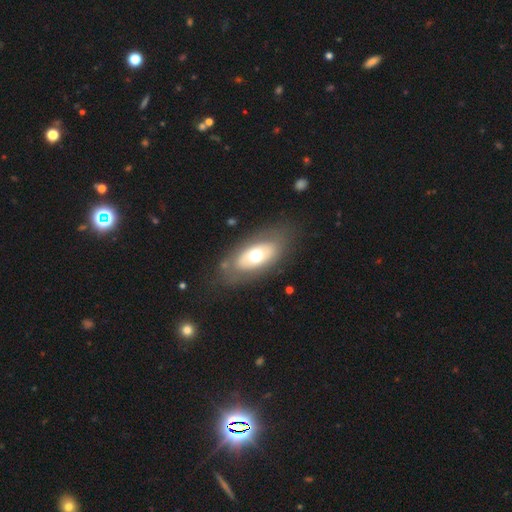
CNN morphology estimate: Smooth or featured? Predicted: smooth (p=0.50). Merging? Predicted: none (p=0.78).